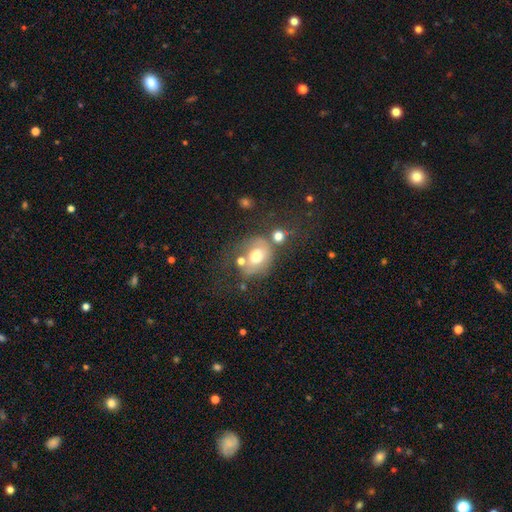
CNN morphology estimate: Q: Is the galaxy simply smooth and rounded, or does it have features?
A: smooth — 50%.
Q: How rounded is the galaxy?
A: in between — 55%.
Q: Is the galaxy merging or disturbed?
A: none — 38%.